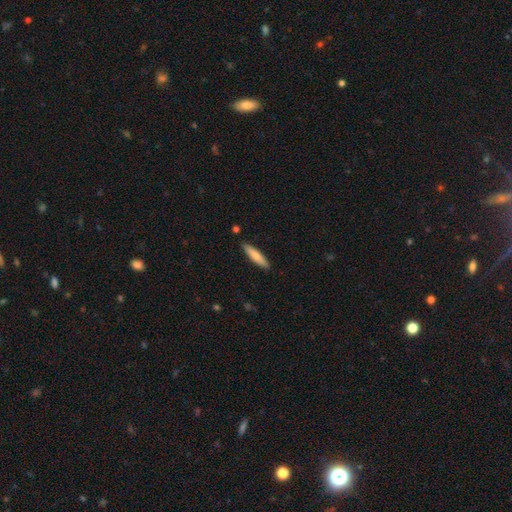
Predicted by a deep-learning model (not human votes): Smooth or featured? Predicted: smooth (p=0.74). How rounded? Predicted: cigar-shaped (p=0.82). Merging? Predicted: none (p=0.89).